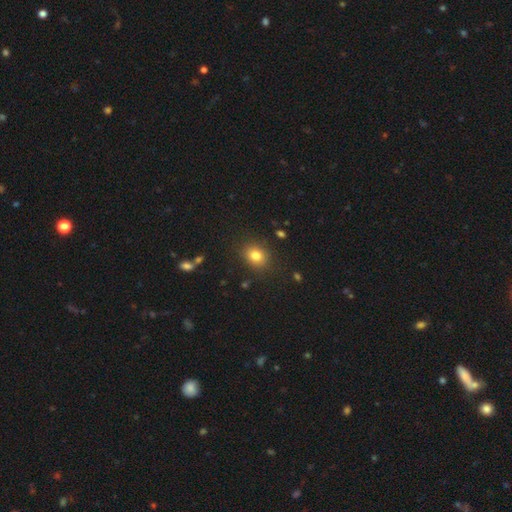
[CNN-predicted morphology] This is clearly a smooth galaxy (82%). How rounded: possibly round (57%). Merging: clearly none (86%).